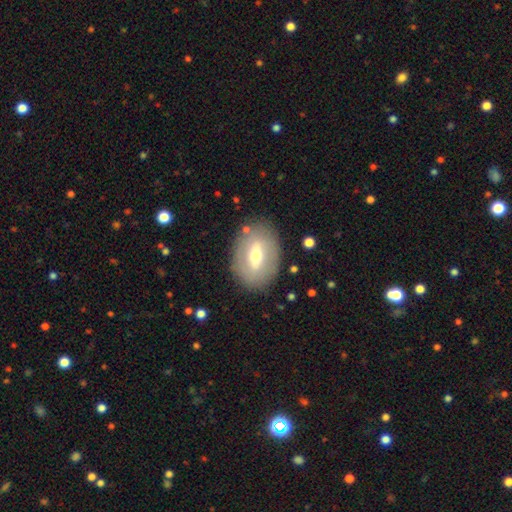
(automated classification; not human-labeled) smooth-or-featured: featured or disk: 48% | smooth: 45% | star or artifact: 7%
  merging: none: 83% | minor disturbance: 11% | major disturbance: 4% | merger: 2%